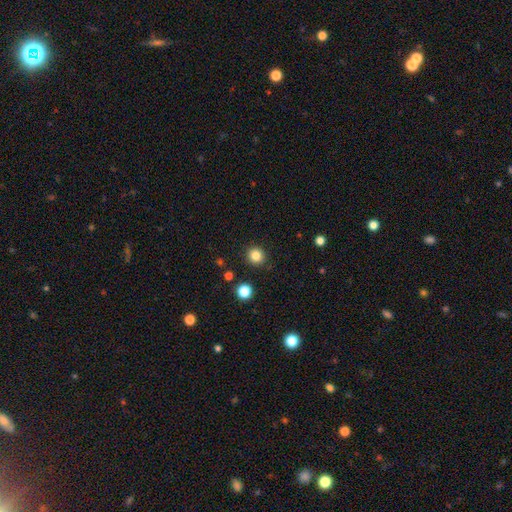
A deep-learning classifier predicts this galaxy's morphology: A smooth galaxy with no disk features (83%) that is round (90%). Merging: none (91%).